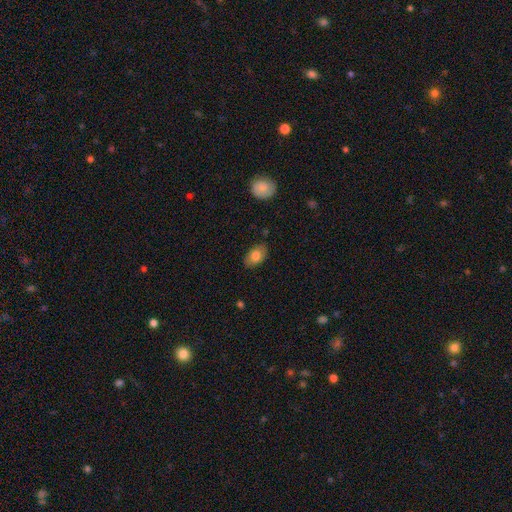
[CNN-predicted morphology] Smooth or featured? Predicted: smooth (p=0.78). How rounded? Predicted: in between (p=0.90). Merging? Predicted: none (p=0.83).